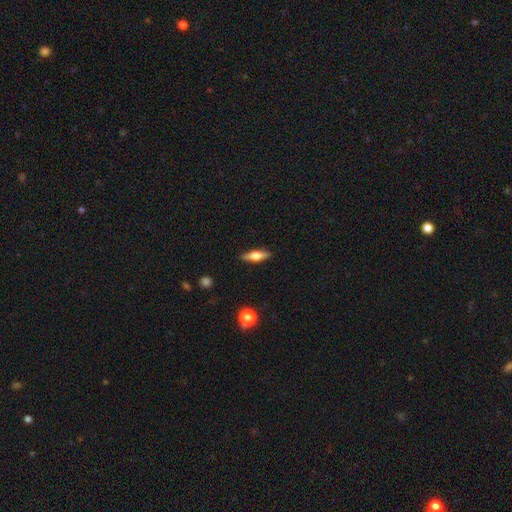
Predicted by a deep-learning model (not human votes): Smooth or featured: featured or disk — 49% (smooth — 44%)
Merging: none — 89% (minor disturbance — 8%)